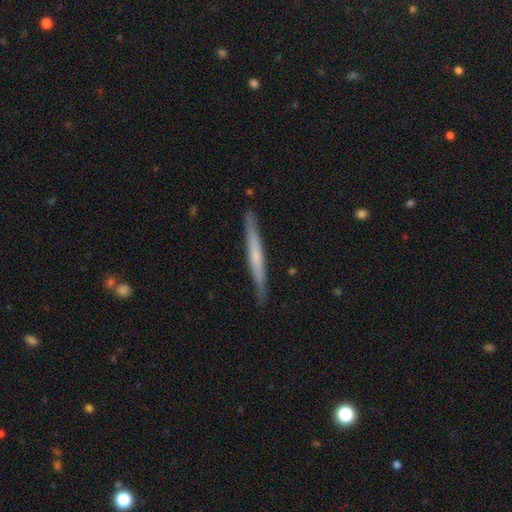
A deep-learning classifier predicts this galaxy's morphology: Overall: featured or disk (51%; smooth 44%). Edge-on disk: yes (96%). Merging: none (88%).